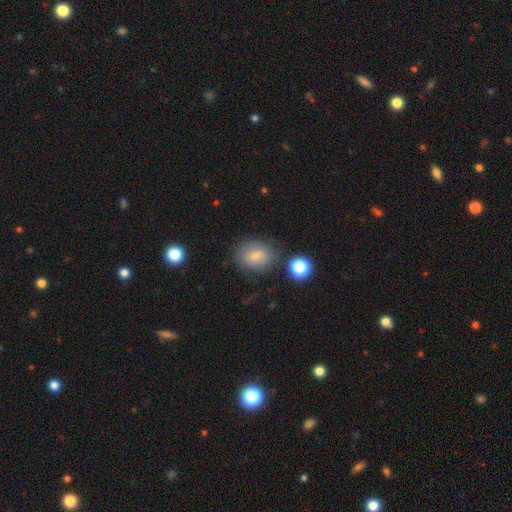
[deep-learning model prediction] Smooth or featured? smooth (73%)
How rounded? in between (50%)
Merging? none (72%)